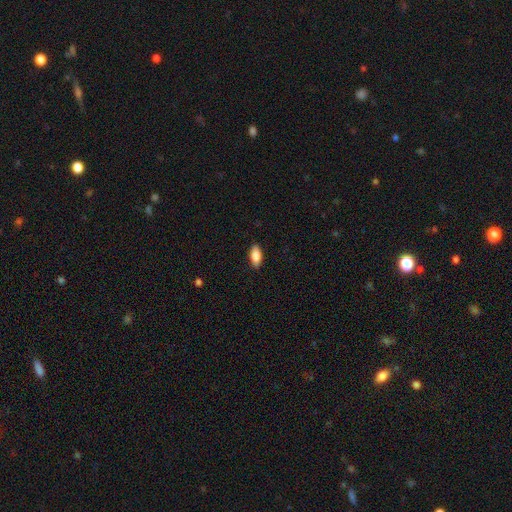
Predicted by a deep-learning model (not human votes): Smooth or featured? Predicted: smooth (p=0.87). How rounded? Predicted: in between (p=0.86). Merging? Predicted: none (p=0.89).